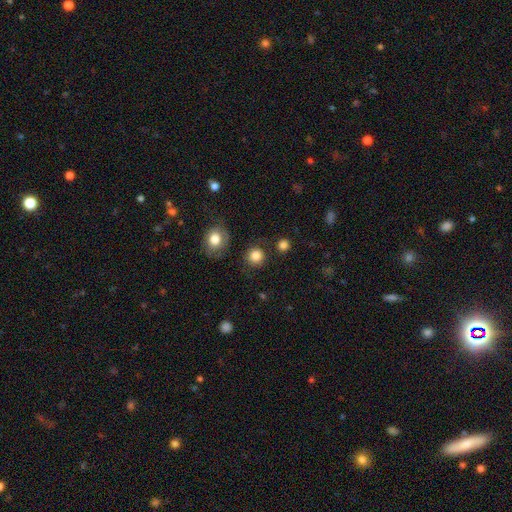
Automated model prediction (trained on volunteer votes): Smooth or featured? Predicted: smooth (p=0.85). How rounded? Predicted: round (p=0.93). Merging? Predicted: none (p=0.86).